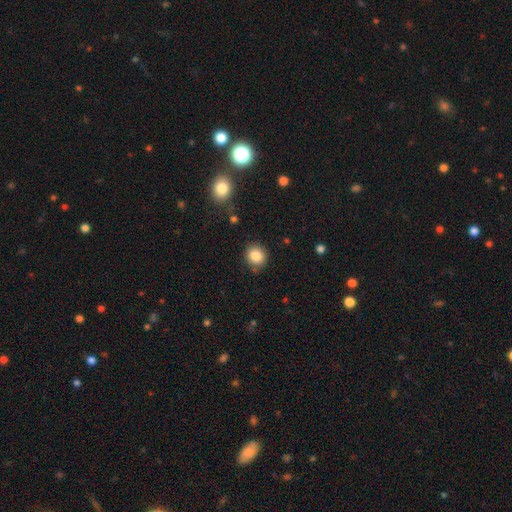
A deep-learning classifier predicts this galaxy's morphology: This appears to be a smooth galaxy with no disk features (85%) that is round (83%). Merging: none (85%).